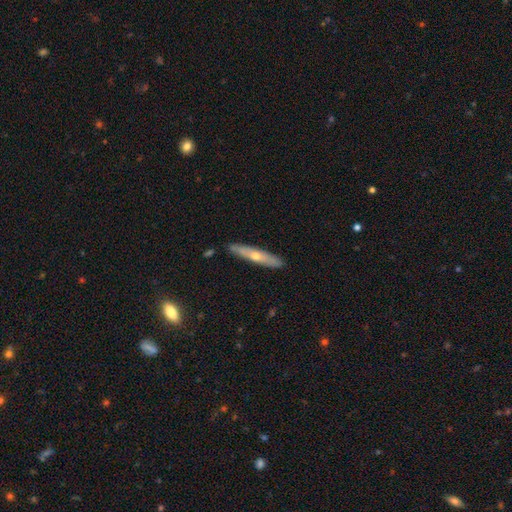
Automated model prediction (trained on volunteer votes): Overall: featured or disk (50%; smooth 44%). Merging: none (88%).